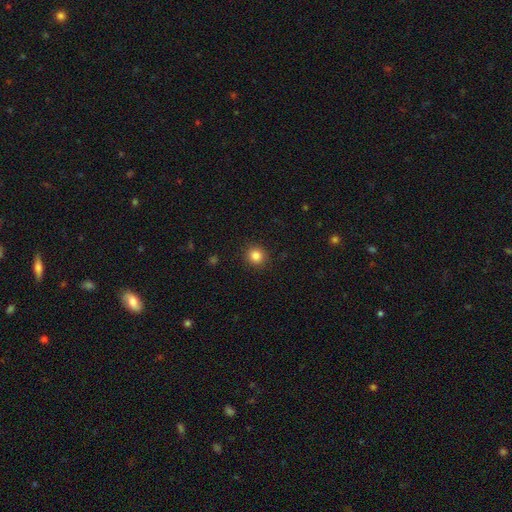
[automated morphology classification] A smooth galaxy with no disk features (85%) that is round (91%).

Vote fractions:
- Smooth or featured? smooth: 85% / star or artifact: 11% / featured or disk: 4%
- How rounded? round: 91% / in between: 8% / cigar-shaped: 1%
- Merging? none: 91% / minor disturbance: 6% / major disturbance: 2% / merger: 1%